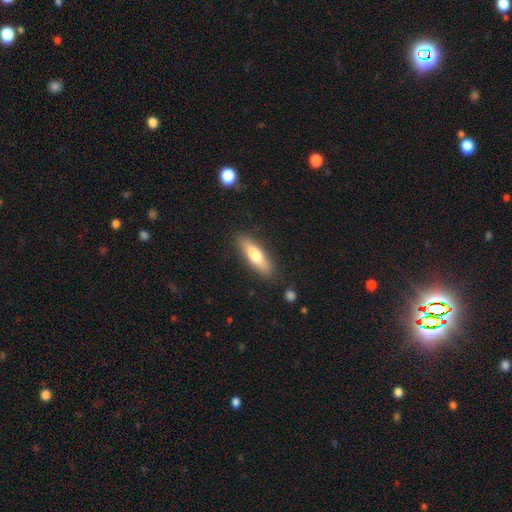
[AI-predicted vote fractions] A smooth galaxy with no disk features (70%) that is cigar-shaped (55%). Merging: none (82%).